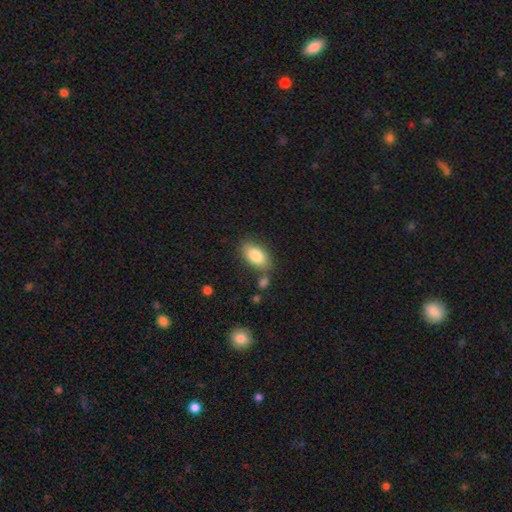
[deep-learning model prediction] Smooth or featured? smooth (84%)
How rounded? in between (92%)
Merging? none (75%)